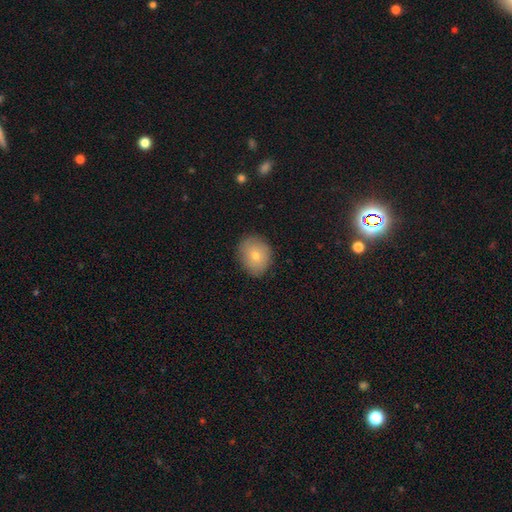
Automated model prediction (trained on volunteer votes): Morphology: type=smooth (75%); roundness=round (63%); merging=none (85%).